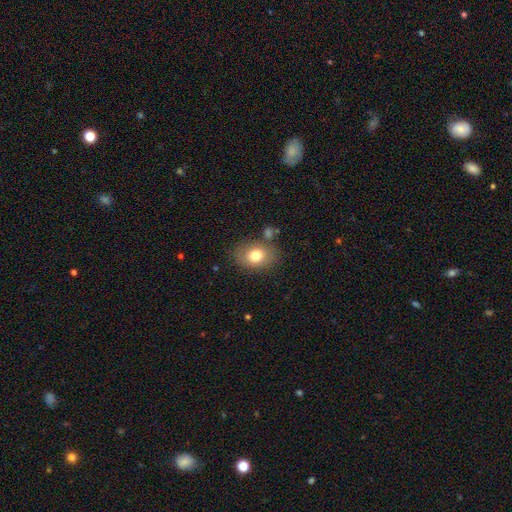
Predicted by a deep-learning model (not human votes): The model was most divided on "how rounded": in between: 69%, round: 30%, cigar-shaped: 1%. More confident: smooth or featured — smooth (77%); merging — none (74%).